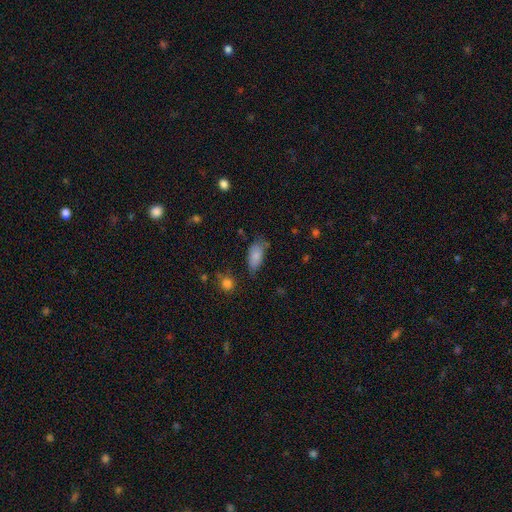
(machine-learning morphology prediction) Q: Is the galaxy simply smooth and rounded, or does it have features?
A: smooth — 83%.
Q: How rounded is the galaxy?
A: in between — 90%.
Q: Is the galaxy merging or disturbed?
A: none — 58%.